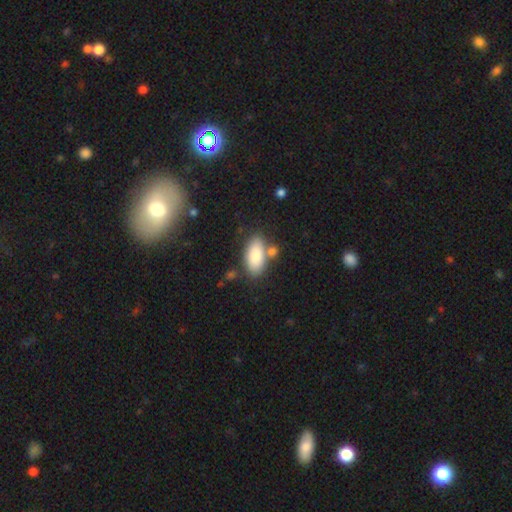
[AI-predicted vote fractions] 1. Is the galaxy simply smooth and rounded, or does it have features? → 83% smooth, 11% featured or disk, 6% star or artifact.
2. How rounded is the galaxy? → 91% in between, 6% cigar-shaped, 3% round.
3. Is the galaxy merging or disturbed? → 67% none, 15% merger, 13% minor disturbance, 4% major disturbance.